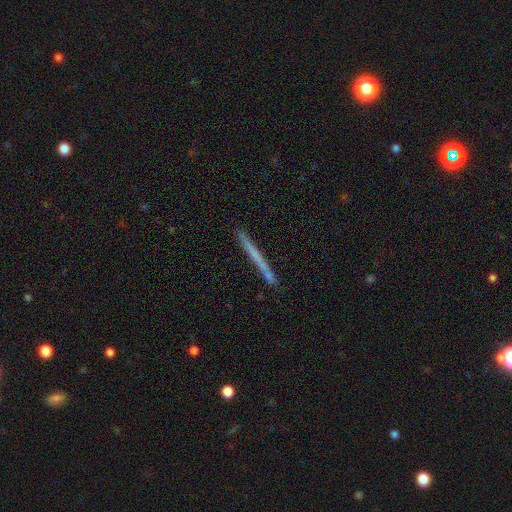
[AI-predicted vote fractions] smooth-or-featured: smooth: 52% | featured or disk: 42% | star or artifact: 6%
  how-rounded: cigar-shaped: 97% | in between: 1% | round: 1%
  merging: none: 86% | minor disturbance: 9% | merger: 3% | major disturbance: 2%